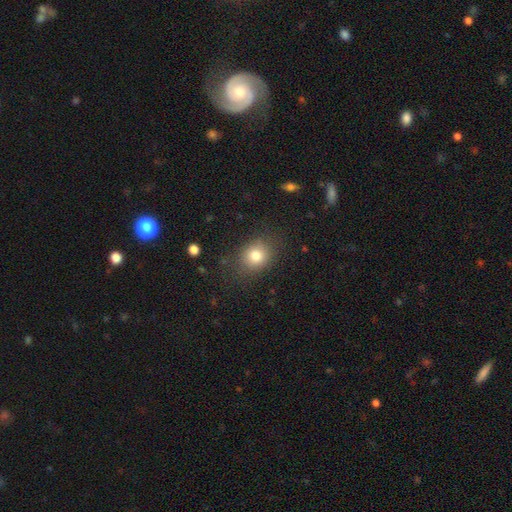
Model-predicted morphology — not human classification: This appears to be a smooth galaxy with no disk features (79%) that is round (62%). Merging: none (80%).